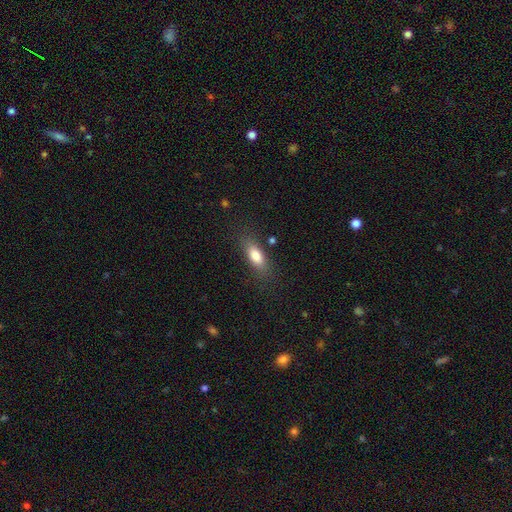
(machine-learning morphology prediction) Overall: smooth (80%). How rounded: in between (73%). Merging: none (78%).